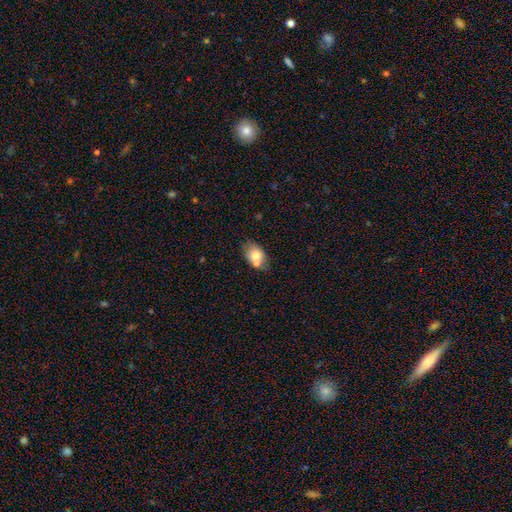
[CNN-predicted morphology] type=smooth (72%); roundness=in between (77%); merging=none (52%).